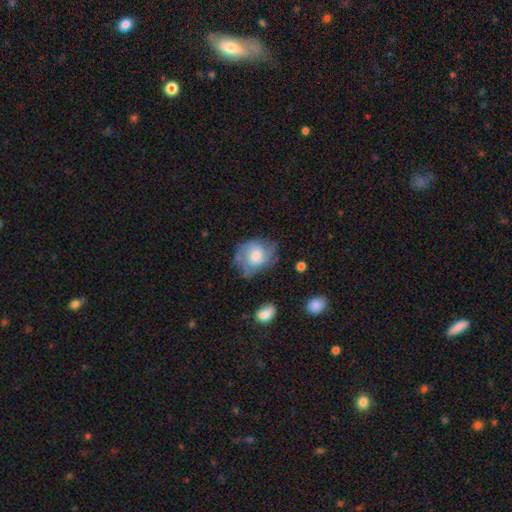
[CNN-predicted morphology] This is possibly a featured or disk galaxy (49%). Merging: possibly none (56%).